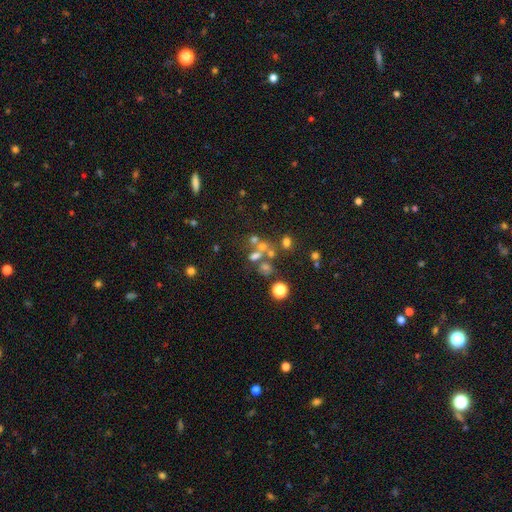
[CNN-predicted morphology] This appears to be a smooth galaxy with no disk features (48%). Merging: none (41%).